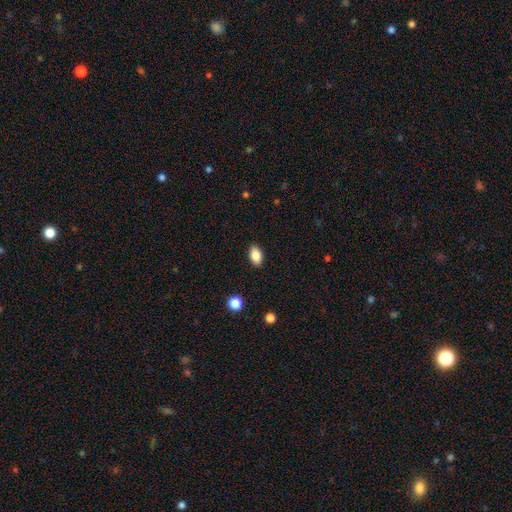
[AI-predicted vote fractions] smooth-or-featured: smooth: 85% | star or artifact: 8% | featured or disk: 6%
  how-rounded: in between: 89% | round: 9% | cigar-shaped: 2%
  merging: none: 89% | minor disturbance: 8% | major disturbance: 2% | merger: 1%